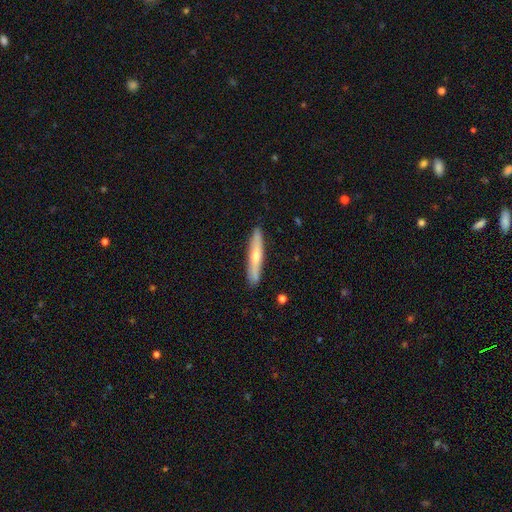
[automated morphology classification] type=smooth (55%); roundness=cigar-shaped (92%); merging=none (88%).